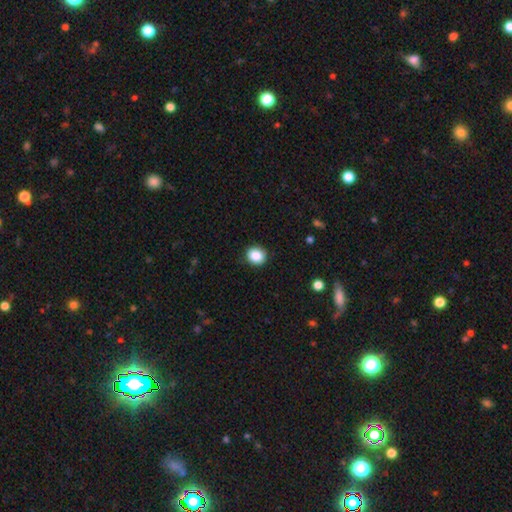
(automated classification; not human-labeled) Smooth or featured? smooth (88%)
How rounded? round (79%)
Merging? none (91%)